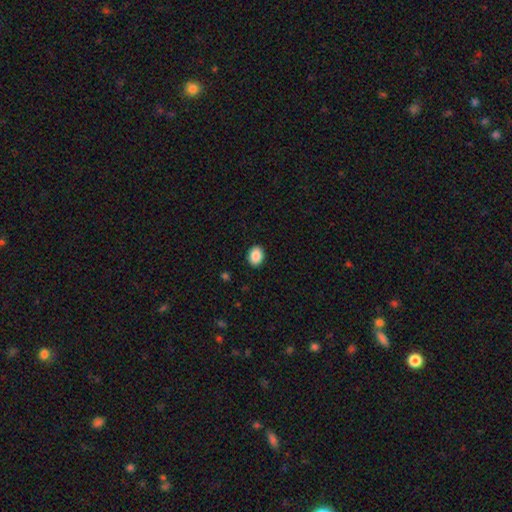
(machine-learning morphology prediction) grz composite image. It shows a smooth galaxy with no disk features (89%) that is in between round and cigar-shaped (64%). Merging: none (91%).